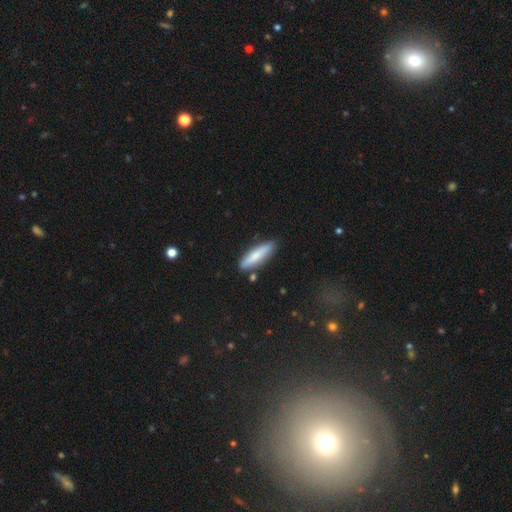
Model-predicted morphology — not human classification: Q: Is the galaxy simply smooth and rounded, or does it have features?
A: smooth — 72%.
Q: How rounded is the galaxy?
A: cigar-shaped — 74%.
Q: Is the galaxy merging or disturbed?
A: none — 83%.